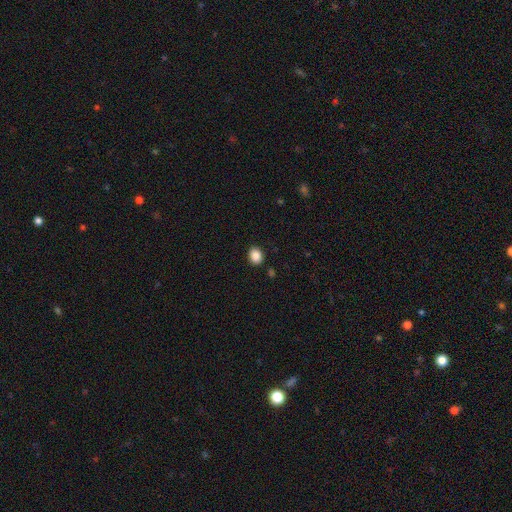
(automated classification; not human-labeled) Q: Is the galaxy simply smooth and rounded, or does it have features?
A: smooth — 88%.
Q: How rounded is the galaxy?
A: in between — 51%.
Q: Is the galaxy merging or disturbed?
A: none — 89%.